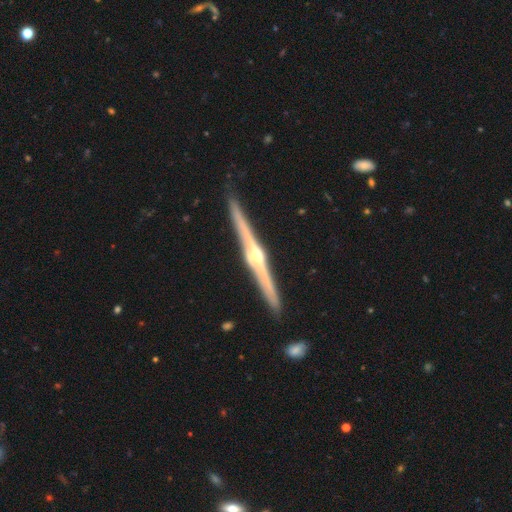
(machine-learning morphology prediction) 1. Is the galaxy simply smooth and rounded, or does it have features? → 88% featured or disk, 8% smooth, 4% star or artifact.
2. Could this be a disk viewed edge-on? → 99% yes, 1% no.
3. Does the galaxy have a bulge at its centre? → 91% rounded, 4% boxy, 4% none.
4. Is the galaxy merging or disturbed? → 90% none, 7% minor disturbance, 2% merger, 1% major disturbance.